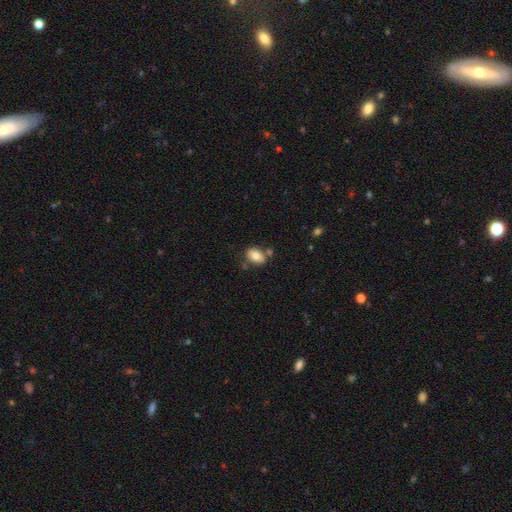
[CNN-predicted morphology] smooth-or-featured: smooth: 79% | featured or disk: 13% | star or artifact: 8%
  how-rounded: in between: 84% | round: 15% | cigar-shaped: 1%
  merging: none: 71% | minor disturbance: 14% | merger: 12% | major disturbance: 4%